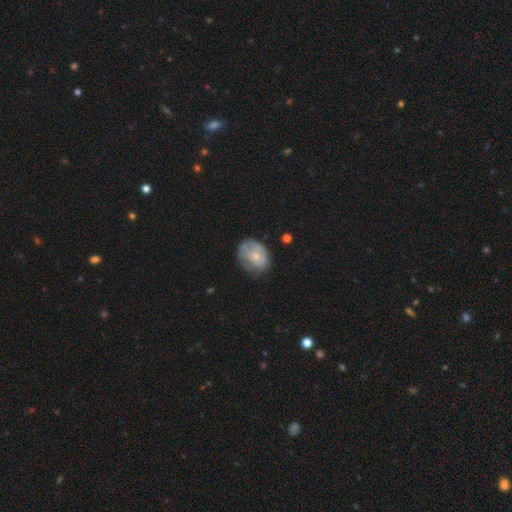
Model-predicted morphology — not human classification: smooth-or-featured: smooth: 59% | featured or disk: 34% | star or artifact: 7%
  how-rounded: in between: 63% | round: 36% | cigar-shaped: 1%
  merging: none: 53% | minor disturbance: 31% | major disturbance: 14% | merger: 2%